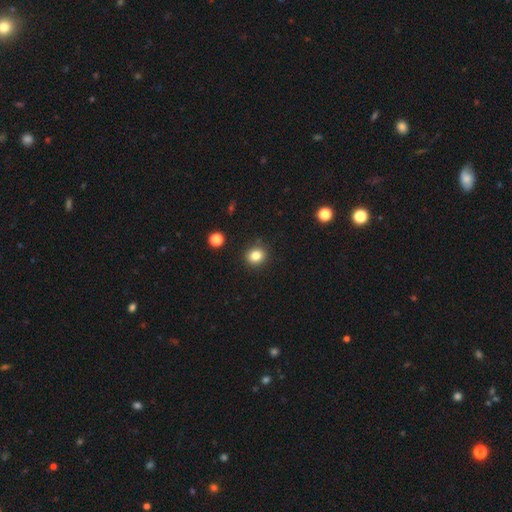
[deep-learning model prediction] This is clearly a smooth galaxy (83%). How rounded: likely round (78%). Merging: clearly none (88%).